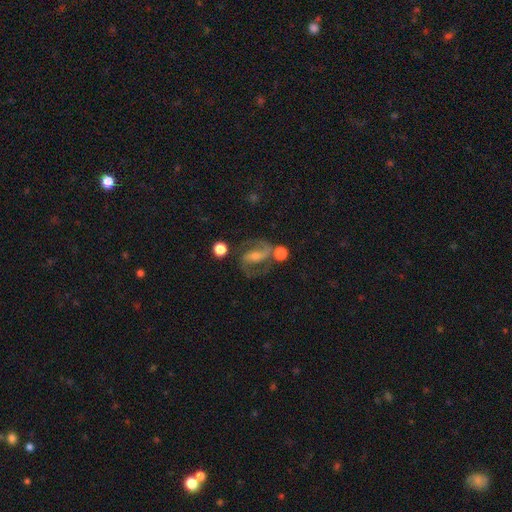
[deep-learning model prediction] Smooth or featured: featured or disk — 85% (smooth — 8%)
Edge-on disk: no — 97% (yes — 3%)
Bar: strong — 44% (weak — 36%)
Spiral arms: yes — 96% (no — 4%)
Spiral winding: medium — 58% (loose — 26%)
Spiral arm count: 2 — 92% (can't tell — 2%)
Bulge size: small — 50% (moderate — 41%)
Merging: none — 69% (minor disturbance — 14%)